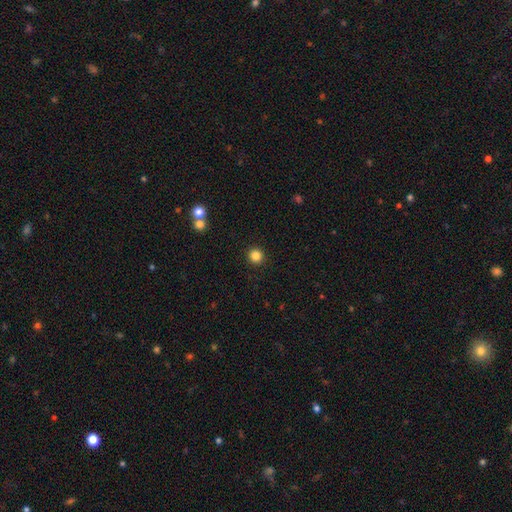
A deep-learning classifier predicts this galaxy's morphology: smooth_or_featured: smooth (p=0.84) [alt: star or artifact p=0.12]
how_rounded: round (p=0.95) [alt: in between p=0.05]
merging: none (p=0.93) [alt: minor disturbance p=0.04]